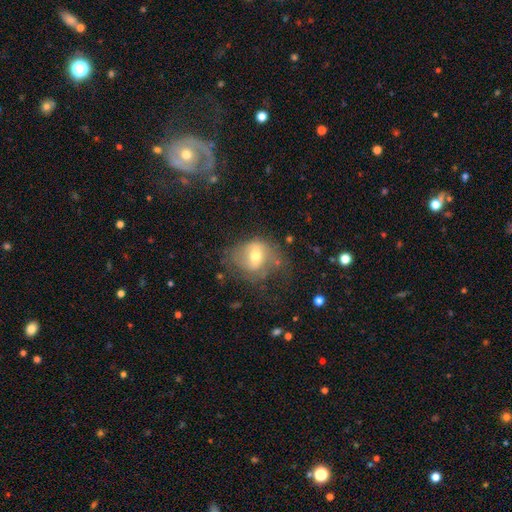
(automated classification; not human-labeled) A featured or disk galaxy (53%) with a weak bar (49%), spiral arms (60%) and a moderate central bulge (69%). Merging: none (46%).